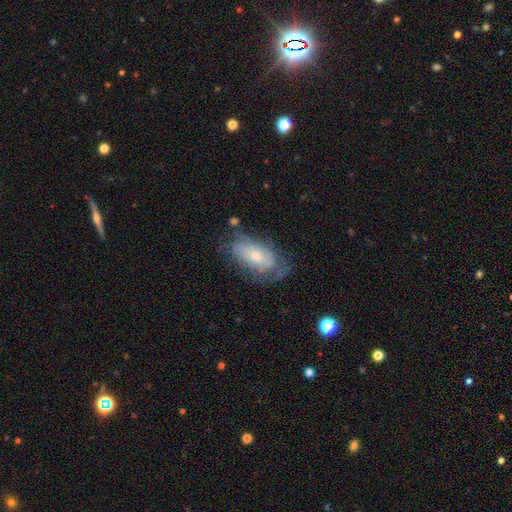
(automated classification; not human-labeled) smooth-or-featured: featured or disk: 51% | smooth: 42% | star or artifact: 7%
  disk-edge-on: no: 90% | yes: 10%
  merging: none: 54% | minor disturbance: 27% | major disturbance: 16% | merger: 3%